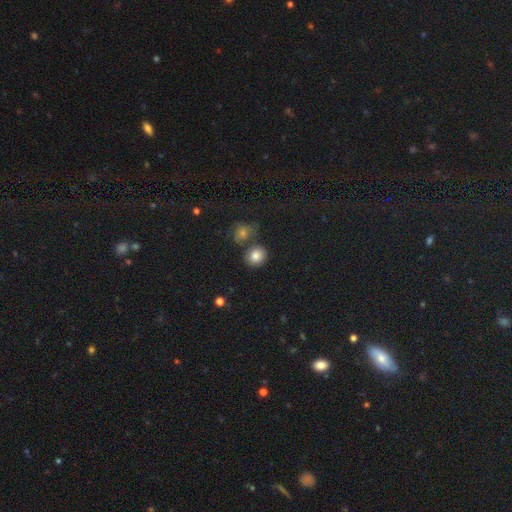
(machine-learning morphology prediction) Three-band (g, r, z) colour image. It shows a smooth galaxy with no disk features (82%) that is round (75%). Merging: none (67%).